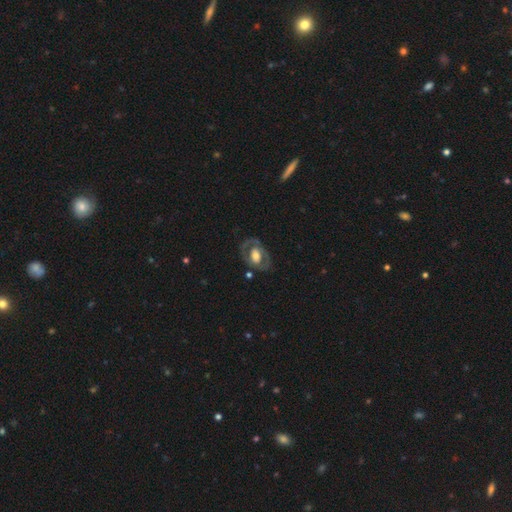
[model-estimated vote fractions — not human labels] A featured or disk galaxy (67%) with no bar (58%), no spiral arms (57%) and a moderate central bulge (53%). Merging: none (68%).